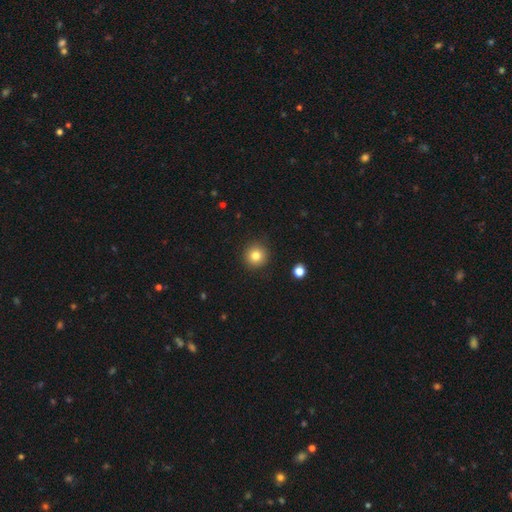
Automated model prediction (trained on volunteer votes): smooth-or-featured: smooth: 81% | star or artifact: 11% | featured or disk: 7%
  how-rounded: round: 95% | in between: 4% | cigar-shaped: 1%
  merging: none: 91% | minor disturbance: 5% | major disturbance: 2% | merger: 1%